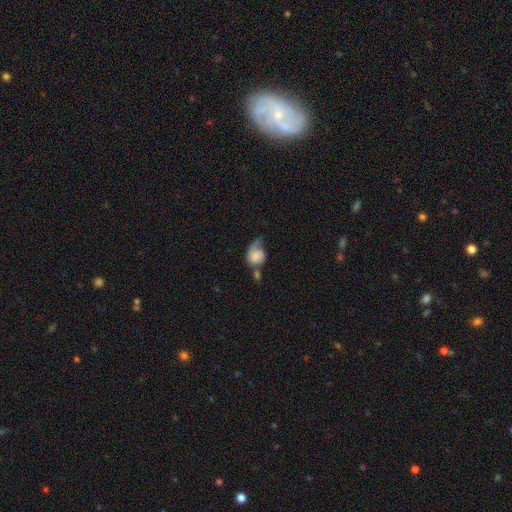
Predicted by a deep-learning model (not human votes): Morphology: type=smooth (55%); roundness=round (58%); merging=major disturbance (31%).